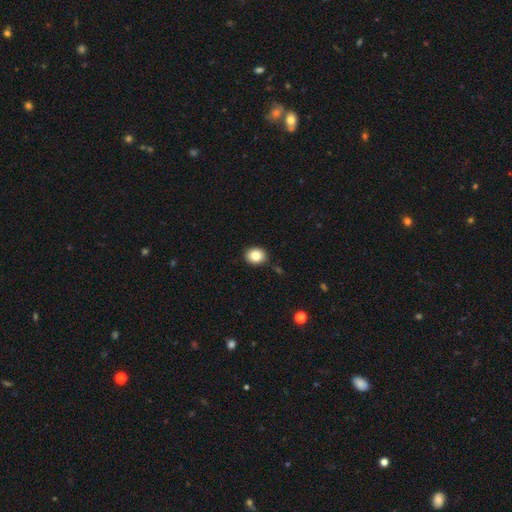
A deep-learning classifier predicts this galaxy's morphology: Overall: smooth (83%). How rounded: round (60%; in between 39%). Merging: none (87%).